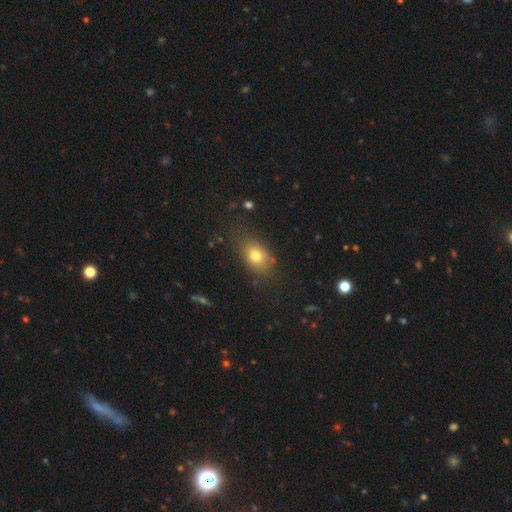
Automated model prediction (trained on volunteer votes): Q: Smooth or featured?
A: smooth (76%); runner-up: featured or disk (12%)
Q: How rounded?
A: in between (73%); runner-up: round (25%)
Q: Merging?
A: none (72%); runner-up: minor disturbance (18%)